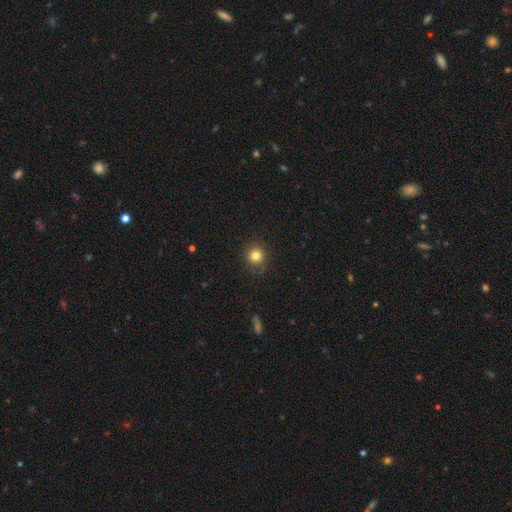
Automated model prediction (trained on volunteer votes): Smooth or featured?
  - smooth: 81% *
  - star or artifact: 13%
  - featured or disk: 6%
How rounded?
  - round: 93% *
  - in between: 6%
  - cigar-shaped: 1%
Merging?
  - none: 86% *
  - minor disturbance: 10%
  - major disturbance: 3%
  - merger: 1%